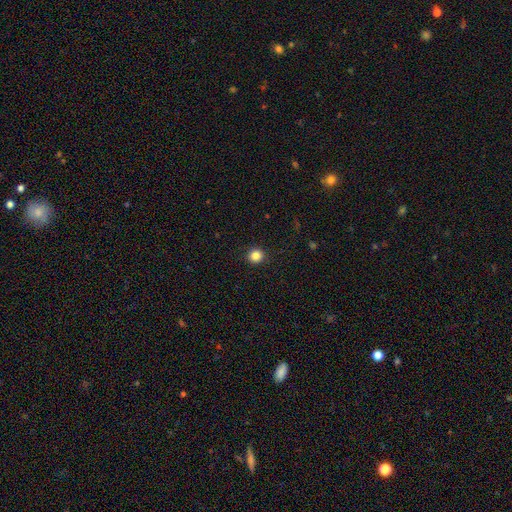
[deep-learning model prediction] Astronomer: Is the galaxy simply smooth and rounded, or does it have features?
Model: smooth — 84%.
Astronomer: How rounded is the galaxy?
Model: round — 92%.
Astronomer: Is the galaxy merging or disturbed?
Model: none — 92%.